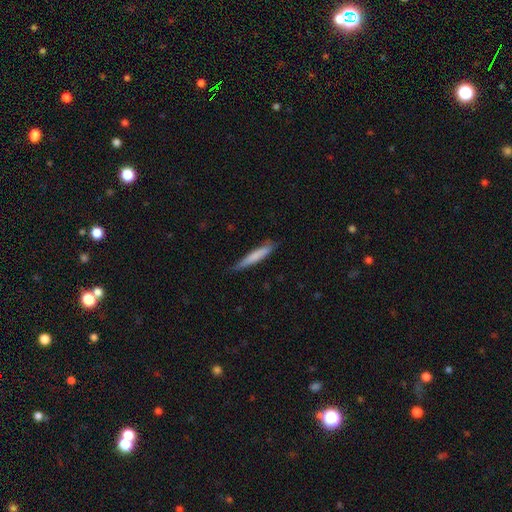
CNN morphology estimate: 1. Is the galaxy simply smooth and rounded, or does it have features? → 75% smooth, 20% featured or disk, 6% star or artifact.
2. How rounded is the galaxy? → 92% cigar-shaped, 6% in between, 1% round.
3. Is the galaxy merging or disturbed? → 74% none, 21% minor disturbance, 3% major disturbance, 1% merger.